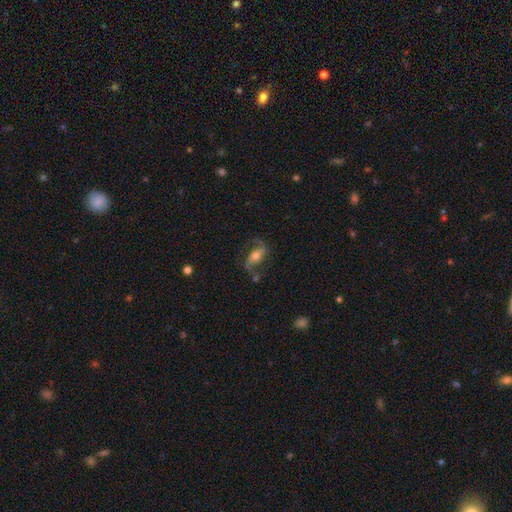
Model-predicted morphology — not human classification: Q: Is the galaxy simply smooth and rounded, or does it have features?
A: featured or disk — 77%.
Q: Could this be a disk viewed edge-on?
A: no — 94%.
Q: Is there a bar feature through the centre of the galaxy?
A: no — 35%.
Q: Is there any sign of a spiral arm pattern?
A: yes — 92%.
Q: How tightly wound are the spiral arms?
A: loose — 56%.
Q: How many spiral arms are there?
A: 2 — 90%.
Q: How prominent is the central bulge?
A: moderate — 64%.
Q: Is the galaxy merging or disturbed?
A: none — 66%.